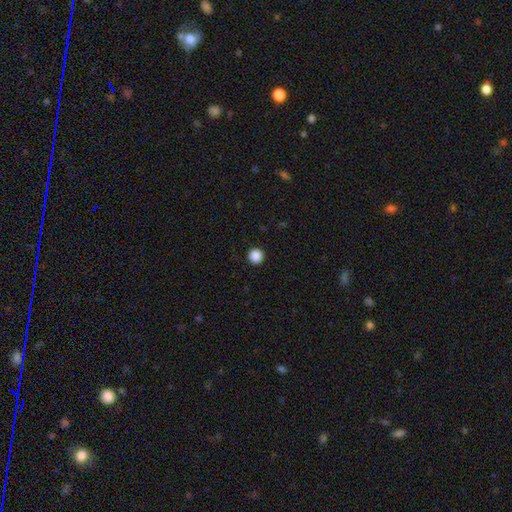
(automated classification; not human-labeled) A smooth galaxy with no disk features (88%) that is round (96%).

Vote fractions:
- Smooth or featured? smooth: 88% / star or artifact: 10% / featured or disk: 2%
- How rounded? round: 96% / in between: 3% / cigar-shaped: 1%
- Merging? none: 94% / minor disturbance: 4% / major disturbance: 1% / merger: 1%